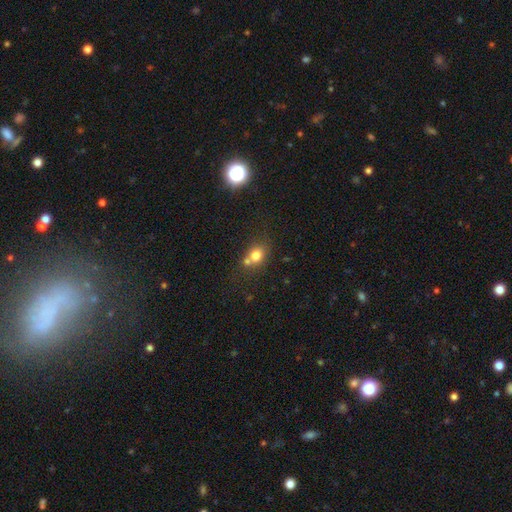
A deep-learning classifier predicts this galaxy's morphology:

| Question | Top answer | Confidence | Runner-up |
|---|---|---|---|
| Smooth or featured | smooth | 75% | star or artifact (13%) |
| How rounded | round | 61% | in between (38%) |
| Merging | none | 46% | merger (38%) |